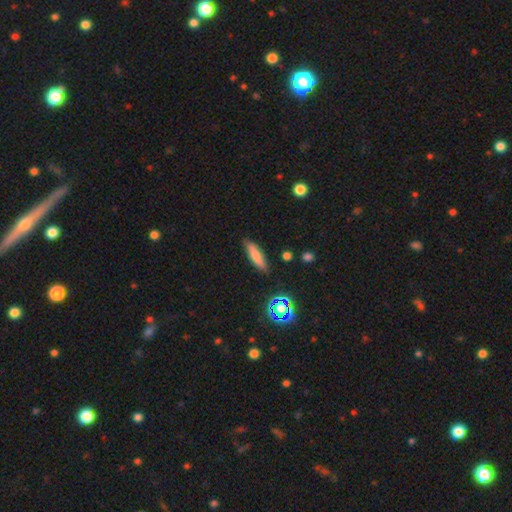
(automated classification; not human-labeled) A smooth galaxy with no disk features (75%) that is cigar-shaped (66%). Merging: none (84%).